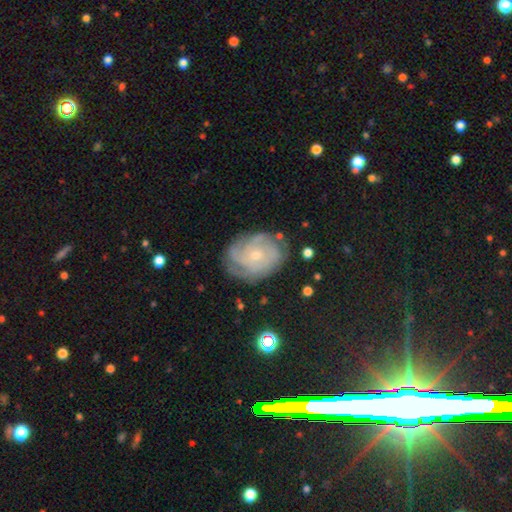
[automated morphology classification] The model was most divided on "spiral arm count": can't tell: 36%, 3: 21%, 4: 17%, 2: 13%, more than 4: 7%, 1: 6%. More confident: edge-on disk — no (97%); spiral arms — yes (95%); smooth or featured — featured or disk (80%); bar — no (78%); merging — none (74%); spiral winding — tight (69%); bulge size — small (68%).